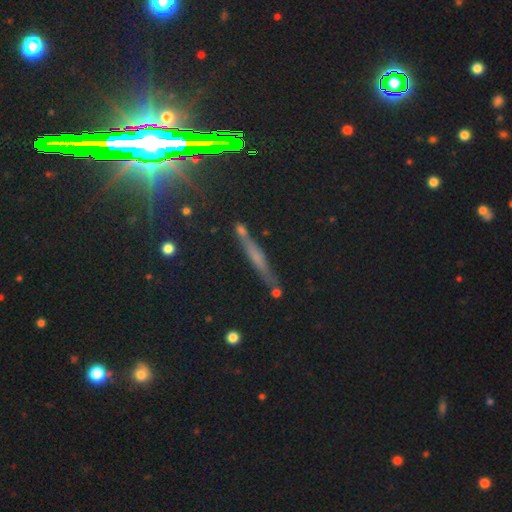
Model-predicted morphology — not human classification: featured or disk 37%, smooth 33%, star or artifact 29%. Down the decision tree: merging — none (78%).